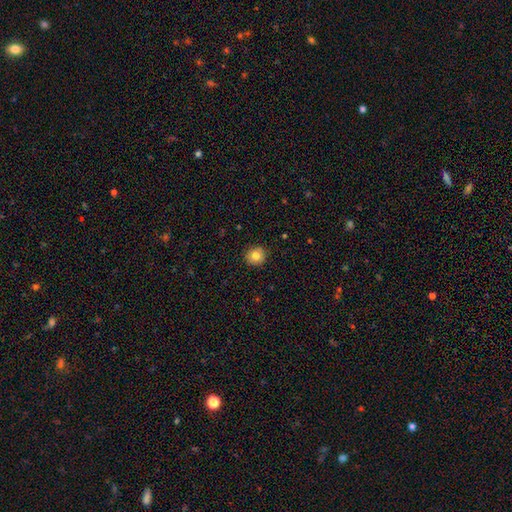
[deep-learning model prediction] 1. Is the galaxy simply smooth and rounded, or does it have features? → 81% smooth, 10% star or artifact, 10% featured or disk.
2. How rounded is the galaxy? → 90% round, 9% in between, 1% cigar-shaped.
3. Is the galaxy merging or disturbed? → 90% none, 7% minor disturbance, 2% major disturbance, 1% merger.